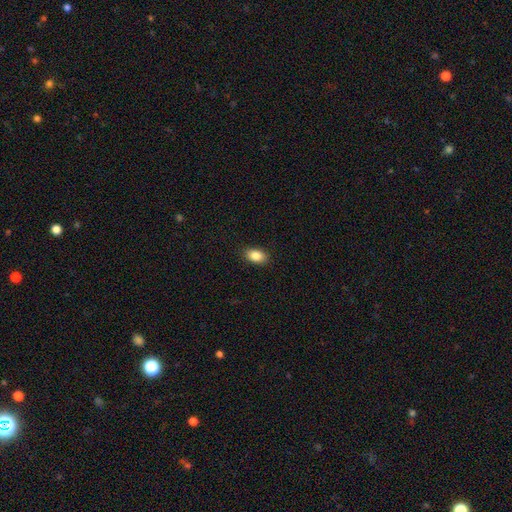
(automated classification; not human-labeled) Smooth or featured? Predicted: smooth (p=0.86). How rounded? Predicted: in between (p=0.89). Merging? Predicted: none (p=0.89).